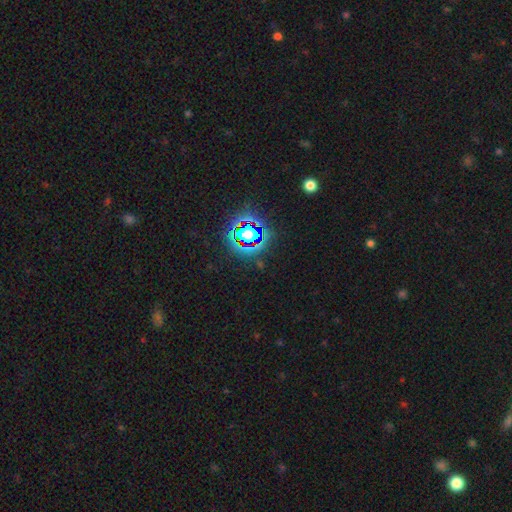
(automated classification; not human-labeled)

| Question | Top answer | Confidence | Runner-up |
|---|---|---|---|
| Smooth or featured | star or artifact | 80% | smooth (13%) |